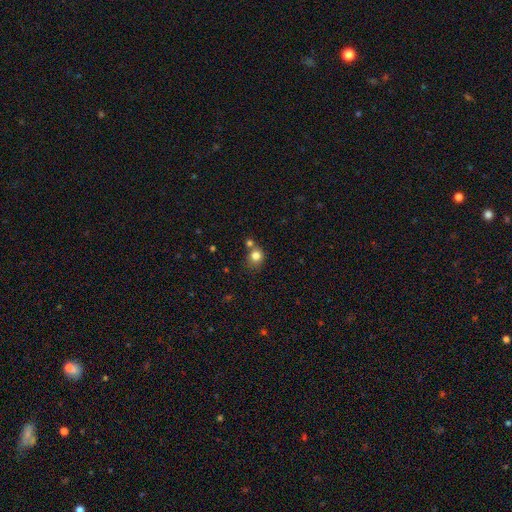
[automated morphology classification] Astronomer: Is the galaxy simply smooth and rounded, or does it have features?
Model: smooth — 81%.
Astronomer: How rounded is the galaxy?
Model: round — 82%.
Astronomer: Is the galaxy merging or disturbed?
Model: none — 56%.